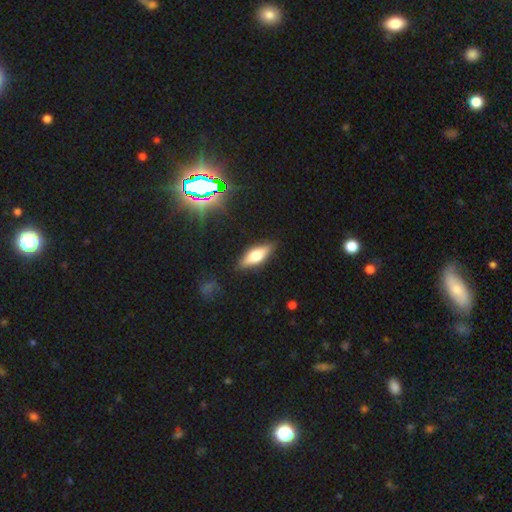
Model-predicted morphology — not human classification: A smooth galaxy with no disk features (59%) that is in between round and cigar-shaped (64%). Merging: none (86%).